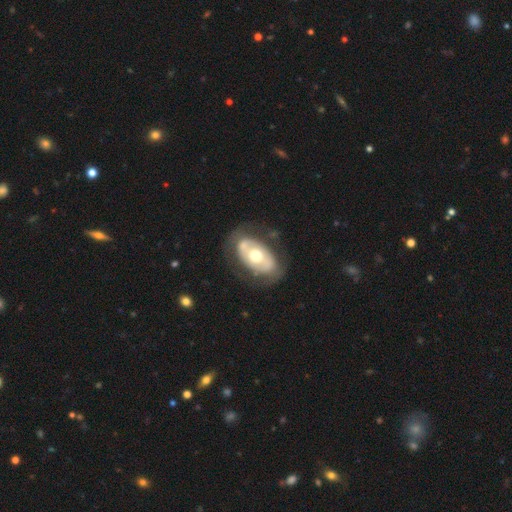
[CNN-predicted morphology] Smooth or featured: featured or disk — 61% (smooth — 34%)
Edge-on disk: no — 93% (yes — 7%)
Bar: no — 78% (weak — 15%)
Spiral arms: no — 66% (yes — 34%)
Bulge size: moderate — 73% (large — 15%)
Merging: none — 71% (minor disturbance — 18%)